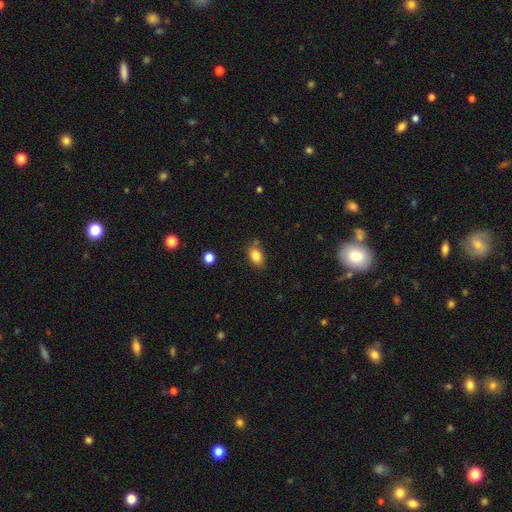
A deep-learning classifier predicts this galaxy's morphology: type=smooth (84%); roundness=in between (84%); merging=none (78%).